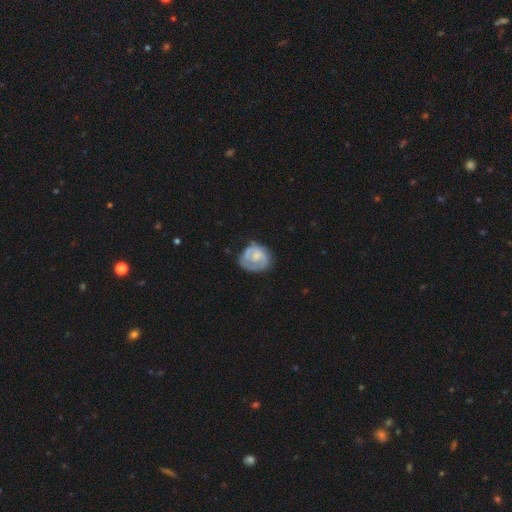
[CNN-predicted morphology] A featured or disk galaxy (59%) with no bar (66%), spiral arms (76%) and a small central bulge (44%). Merging: none (61%).